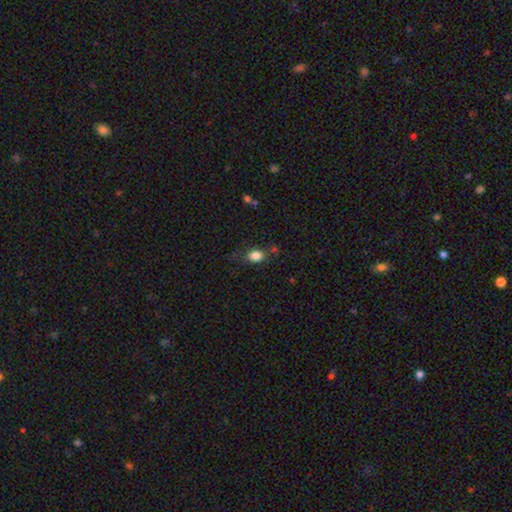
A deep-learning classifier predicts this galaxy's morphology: Smooth or featured: smooth — 84% (star or artifact — 10%)
How rounded: in between — 67% (round — 31%)
Merging: none — 67% (minor disturbance — 22%)